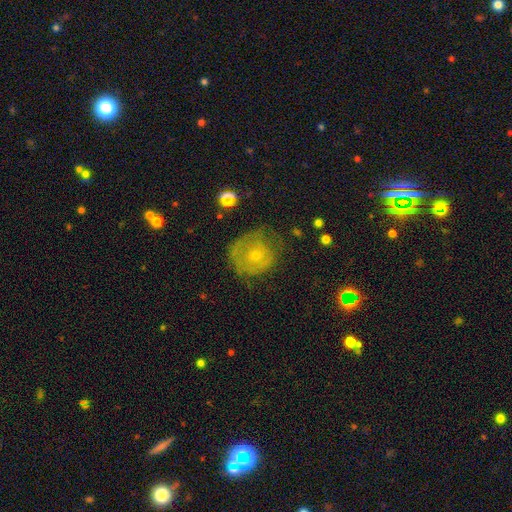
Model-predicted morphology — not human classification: Smooth or featured: featured or disk — 48% (smooth — 40%)
Merging: none — 56% (minor disturbance — 25%)